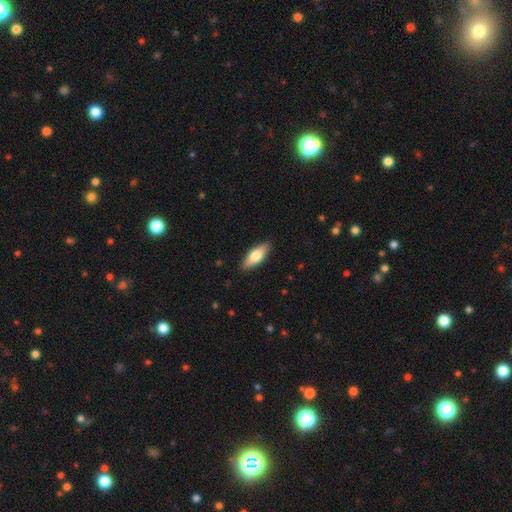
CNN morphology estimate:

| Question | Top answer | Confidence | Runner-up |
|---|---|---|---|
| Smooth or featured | smooth | 65% | featured or disk (29%) |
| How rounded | in between | 66% | cigar-shaped (31%) |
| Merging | none | 88% | minor disturbance (9%) |